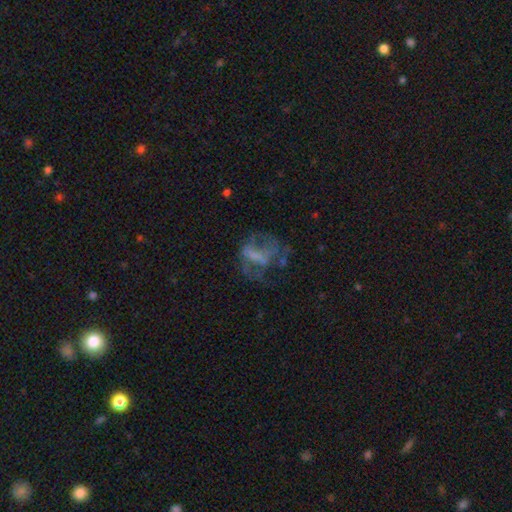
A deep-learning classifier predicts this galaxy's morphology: Q: Smooth or featured?
A: featured or disk (54%); runner-up: smooth (30%)
Q: Edge-on disk?
A: no (96%); runner-up: yes (4%)
Q: Bar?
A: no (54%); runner-up: weak (28%)
Q: Spiral arms?
A: no (71%); runner-up: yes (29%)
Q: Bulge size?
A: none (60%); runner-up: small (17%)
Q: Merging?
A: major disturbance (41%); runner-up: none (36%)